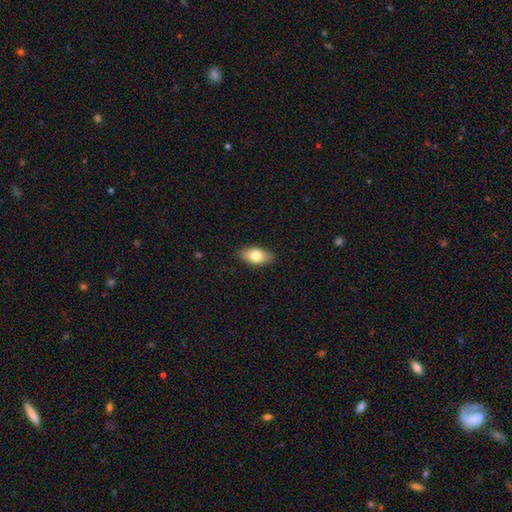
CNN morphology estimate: type=smooth (77%); roundness=in between (89%); merging=none (87%).